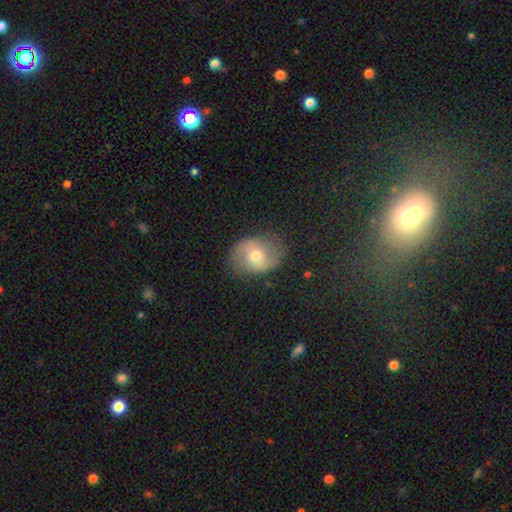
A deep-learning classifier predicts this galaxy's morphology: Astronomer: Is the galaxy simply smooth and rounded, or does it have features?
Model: featured or disk — 53% (runner-up: smooth, 38%).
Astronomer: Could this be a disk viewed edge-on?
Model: no — 96%.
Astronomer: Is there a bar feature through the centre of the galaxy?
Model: no — 52% (runner-up: weak, 37%).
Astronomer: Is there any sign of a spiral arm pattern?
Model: yes — 74%.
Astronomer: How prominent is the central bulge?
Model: moderate — 71%.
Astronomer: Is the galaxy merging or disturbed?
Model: none — 73%.